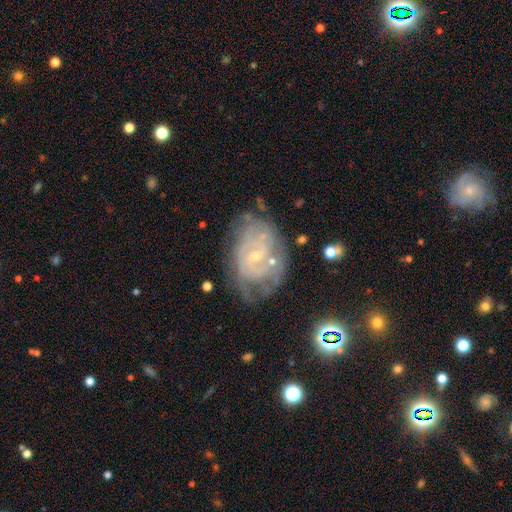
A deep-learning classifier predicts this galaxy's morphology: This appears to be a featured or disk galaxy (76%) with no bar (52%), tight (59%) spiral arms (79%) and a small central bulge (74%). Merging: none (50%).